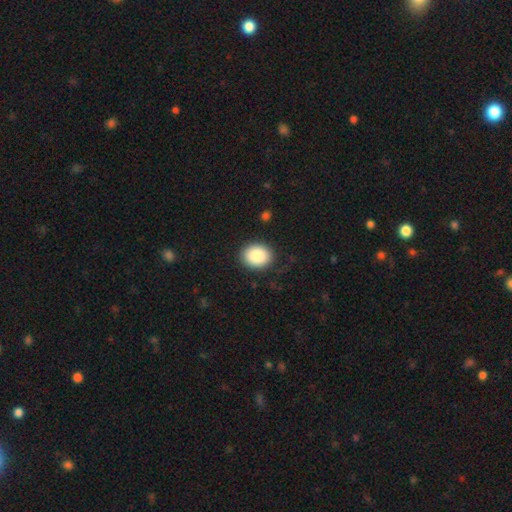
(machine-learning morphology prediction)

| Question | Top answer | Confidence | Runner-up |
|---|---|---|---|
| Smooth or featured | smooth | 88% | star or artifact (7%) |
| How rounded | round | 56% | in between (43%) |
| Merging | none | 87% | minor disturbance (9%) |